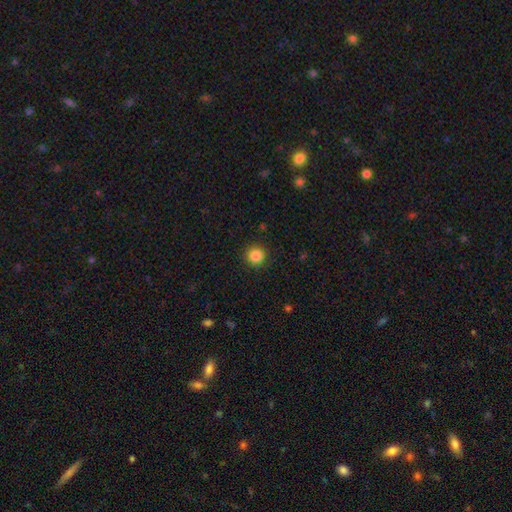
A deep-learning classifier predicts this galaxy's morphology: smooth_or_featured: smooth (p=0.86) [alt: star or artifact p=0.10]
how_rounded: round (p=0.94) [alt: in between p=0.05]
merging: none (p=0.90) [alt: minor disturbance p=0.06]